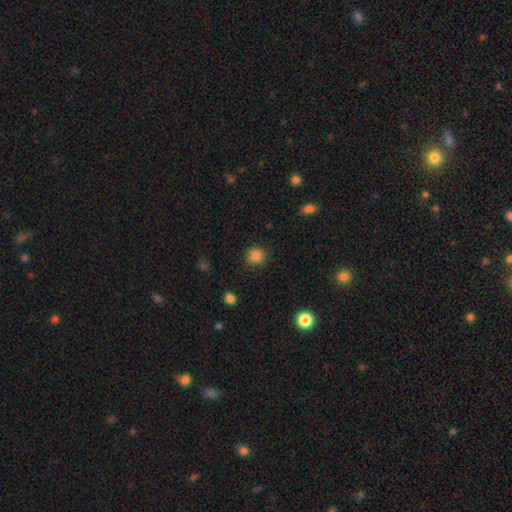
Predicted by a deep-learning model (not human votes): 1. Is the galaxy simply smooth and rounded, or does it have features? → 85% smooth, 11% star or artifact, 4% featured or disk.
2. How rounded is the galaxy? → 89% round, 10% in between, 1% cigar-shaped.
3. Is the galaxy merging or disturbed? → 82% none, 13% minor disturbance, 3% major disturbance, 1% merger.